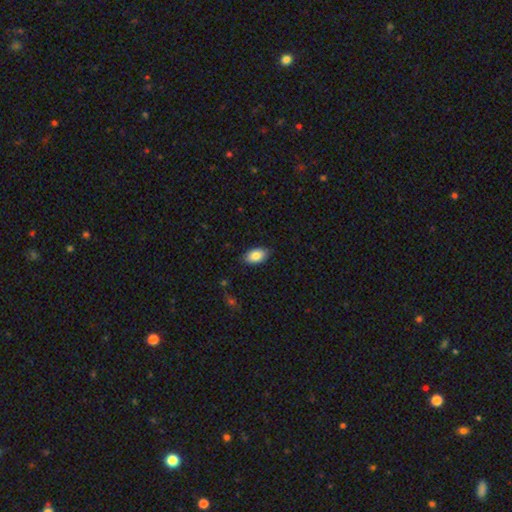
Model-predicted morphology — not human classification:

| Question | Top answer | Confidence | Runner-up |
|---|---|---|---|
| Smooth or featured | smooth | 86% | featured or disk (7%) |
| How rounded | in between | 93% | round (6%) |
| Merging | none | 86% | minor disturbance (11%) |